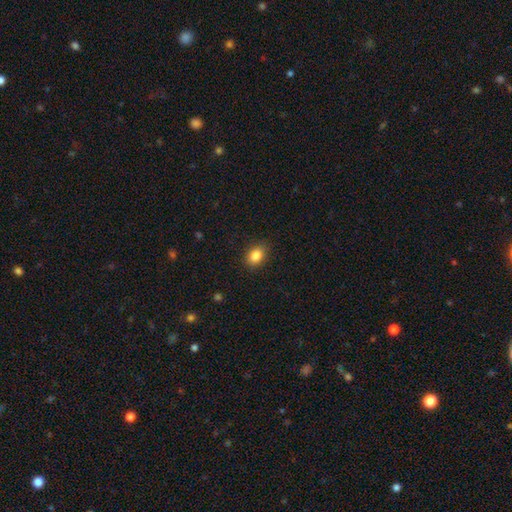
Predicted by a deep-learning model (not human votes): The model was most divided on "how rounded": in between: 70%, round: 29%, cigar-shaped: 1%. More confident: merging — none (87%); smooth or featured — smooth (85%).